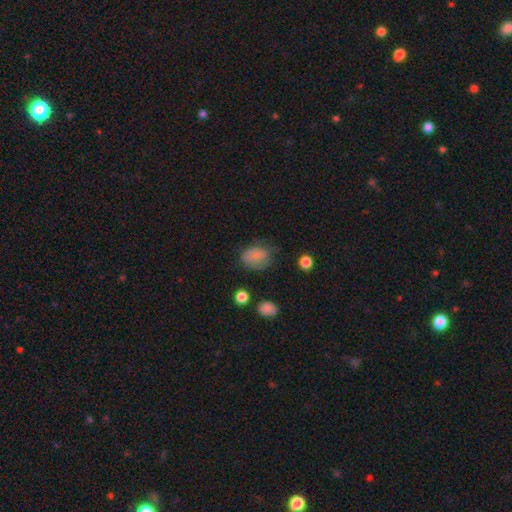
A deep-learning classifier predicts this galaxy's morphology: type=smooth (77%); roundness=in between (64%); merging=none (53%).